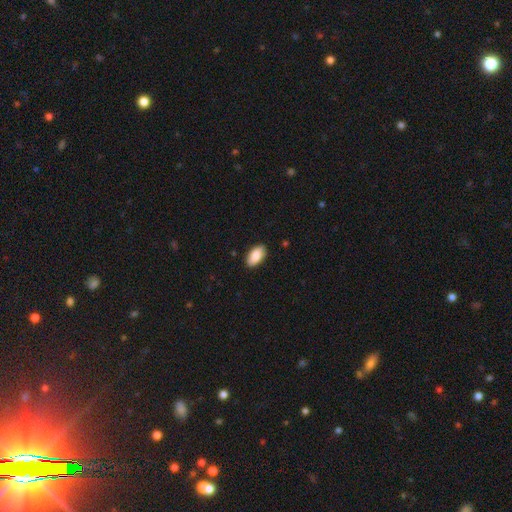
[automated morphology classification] smooth-or-featured: smooth: 85% | featured or disk: 9% | star or artifact: 6%
  how-rounded: in between: 94% | cigar-shaped: 3% | round: 3%
  merging: none: 87% | minor disturbance: 10% | major disturbance: 2% | merger: 1%